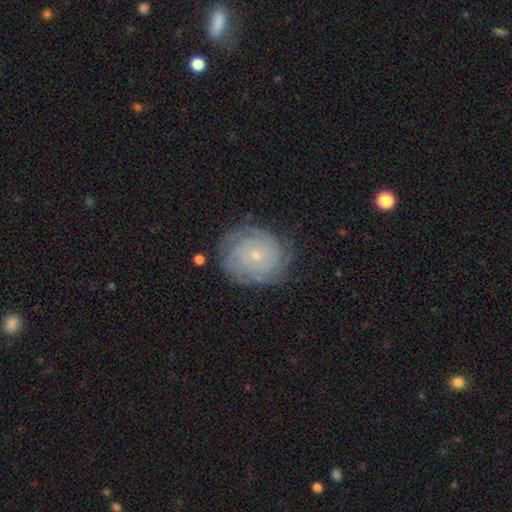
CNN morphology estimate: smooth_or_featured: featured or disk (p=0.77) [alt: smooth p=0.15]
disk_edge_on: no (p=0.98) [alt: yes p=0.02]
bar: no (p=0.84) [alt: weak p=0.13]
has_spiral_arms: yes (p=0.95) [alt: no p=0.05]
spiral_winding: tight (p=0.84) [alt: medium p=0.13]
spiral_arm_count: can't tell (p=0.37) [alt: 4 p=0.17]
bulge_size: small (p=0.86) [alt: moderate p=0.10]
merging: none (p=0.80) [alt: minor disturbance p=0.14]